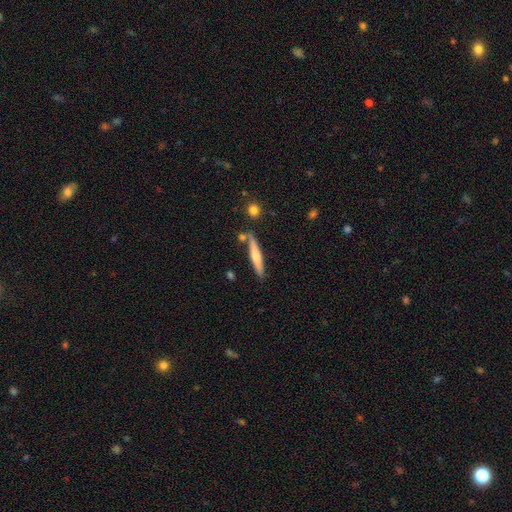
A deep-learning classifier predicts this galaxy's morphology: This appears to be a smooth galaxy with no disk features (55%) that is cigar-shaped (92%). Merging: none (79%).